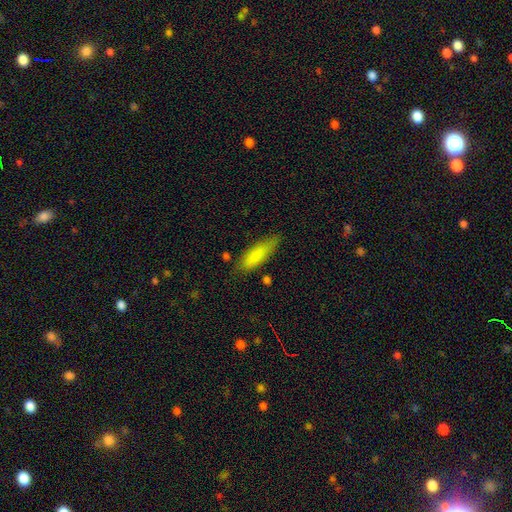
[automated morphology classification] This appears to be a smooth galaxy with no disk features (83%) that is cigar-shaped (53%). Merging: none (73%).